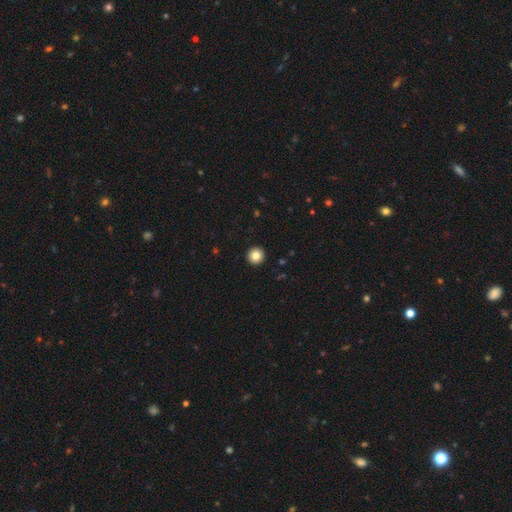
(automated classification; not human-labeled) Q: Smooth or featured?
A: smooth (84%); runner-up: star or artifact (10%)
Q: How rounded?
A: round (96%); runner-up: in between (3%)
Q: Merging?
A: none (94%); runner-up: minor disturbance (4%)